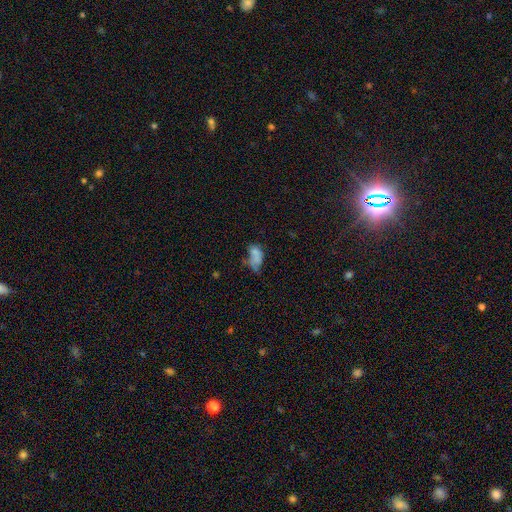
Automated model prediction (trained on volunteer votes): smooth-or-featured: smooth: 59% | featured or disk: 26% | star or artifact: 15%
  how-rounded: in between: 88% | round: 8% | cigar-shaped: 4%
  merging: major disturbance: 29% | none: 25% | minor disturbance: 24% | merger: 22%